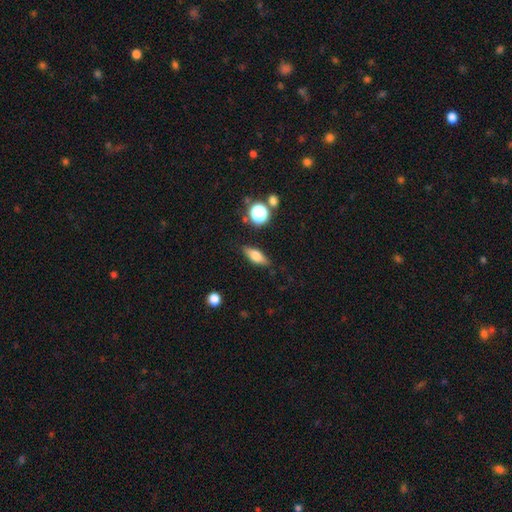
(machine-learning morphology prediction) Overall: smooth (63%; featured or disk 27%). How rounded: in between (62%; cigar-shaped 31%). Merging: none (84%).